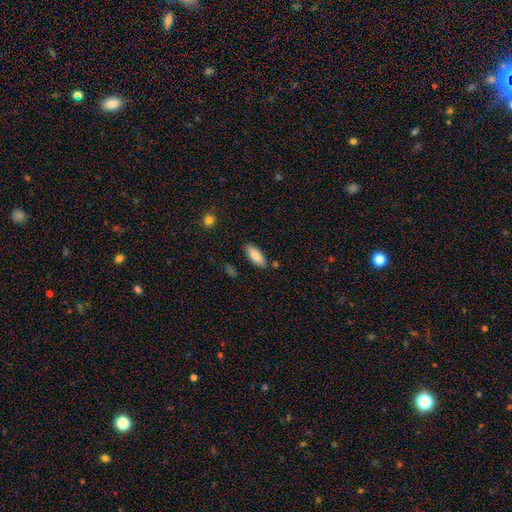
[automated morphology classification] smooth_or_featured: smooth (p=0.84) [alt: featured or disk p=0.10]
how_rounded: in between (p=0.76) [alt: cigar-shaped p=0.22]
merging: none (p=0.82) [alt: minor disturbance p=0.12]